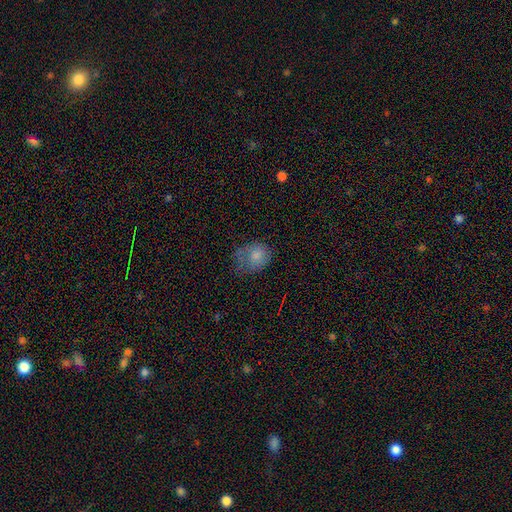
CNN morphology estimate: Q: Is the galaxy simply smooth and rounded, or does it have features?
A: smooth — 73%.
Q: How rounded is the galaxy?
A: in between — 52%.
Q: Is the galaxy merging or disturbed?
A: none — 36%.